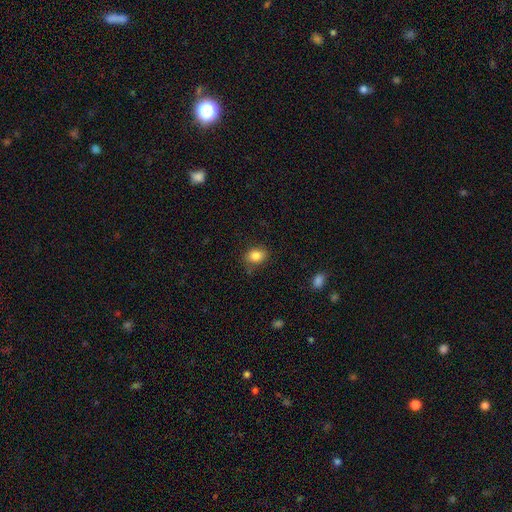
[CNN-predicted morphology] A smooth galaxy with no disk features (84%) that is in between round and cigar-shaped (66%). Merging: none (79%).